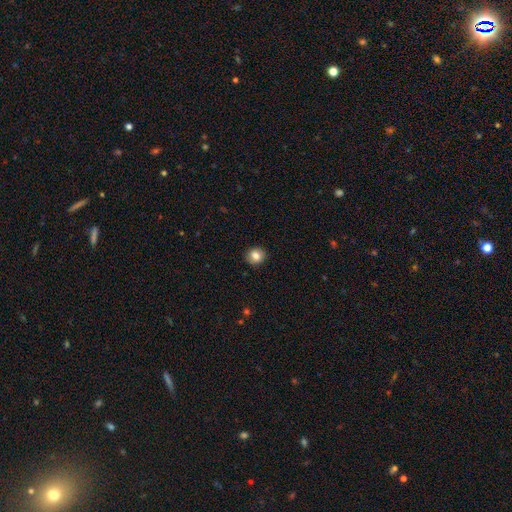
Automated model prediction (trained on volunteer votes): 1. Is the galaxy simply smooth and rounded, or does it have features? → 81% smooth, 10% featured or disk, 9% star or artifact.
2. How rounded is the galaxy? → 80% round, 19% in between, 1% cigar-shaped.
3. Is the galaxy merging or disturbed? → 89% none, 8% minor disturbance, 2% major disturbance, 1% merger.